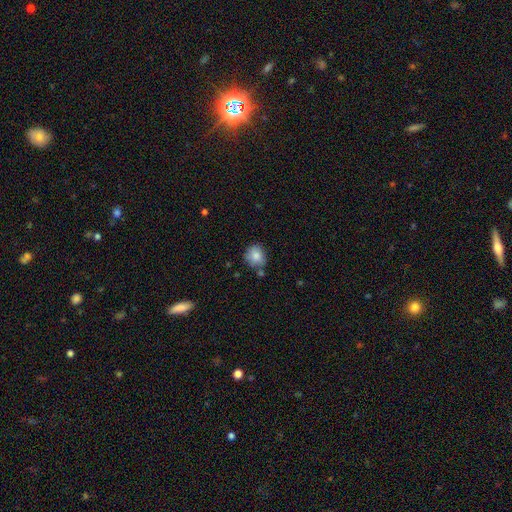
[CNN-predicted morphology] Smooth or featured: smooth — 82% (featured or disk — 9%)
How rounded: round — 74% (in between — 25%)
Merging: none — 66% (minor disturbance — 21%)